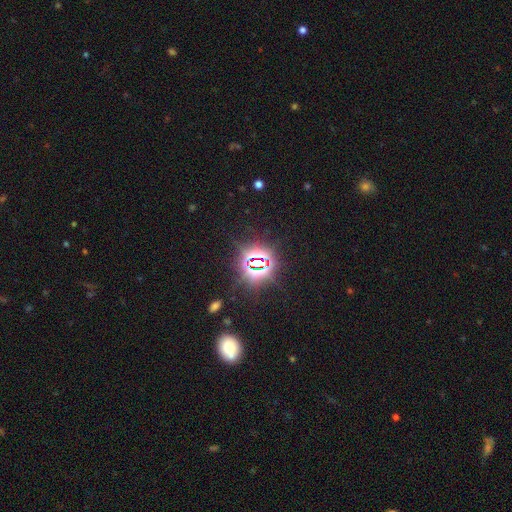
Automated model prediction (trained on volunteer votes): Smooth or featured: star or artifact — 81% (smooth — 11%)